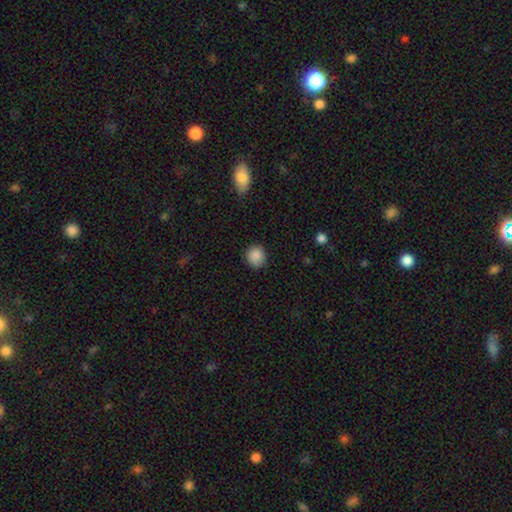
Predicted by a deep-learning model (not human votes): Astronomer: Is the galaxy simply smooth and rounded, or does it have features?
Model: smooth — 87%.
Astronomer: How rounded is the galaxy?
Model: round — 86%.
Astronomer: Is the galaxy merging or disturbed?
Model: none — 85%.